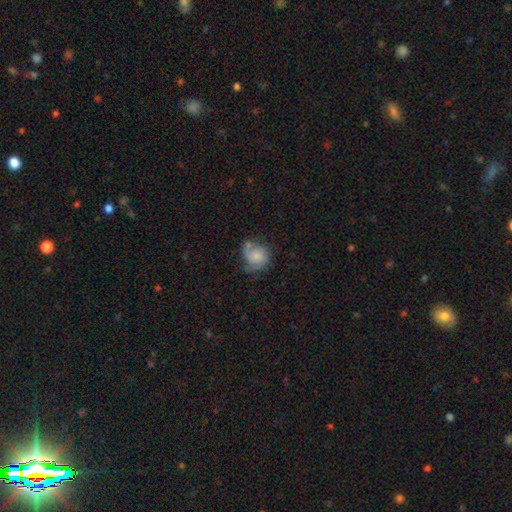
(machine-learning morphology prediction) Smooth or featured: smooth — 61% (featured or disk — 30%)
How rounded: round — 65% (in between — 34%)
Merging: none — 37% (minor disturbance — 30%)